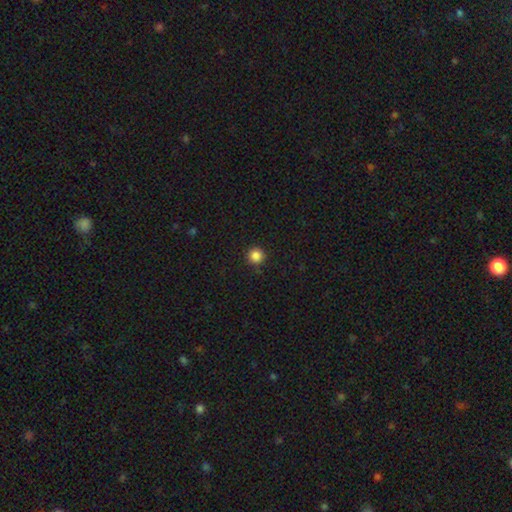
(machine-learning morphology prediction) smooth 85%, star or artifact 12%, featured or disk 3%. Down the decision tree: how rounded — round (96%); merging — none (92%).